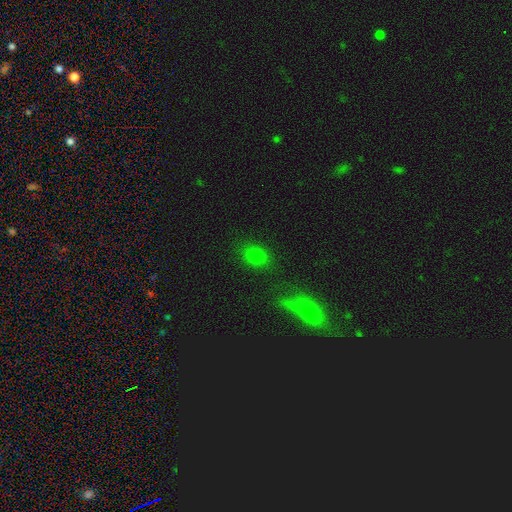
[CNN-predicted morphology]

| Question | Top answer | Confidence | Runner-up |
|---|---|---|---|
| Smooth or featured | smooth | 75% | star or artifact (16%) |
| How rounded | in between | 54% | round (44%) |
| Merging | none | 80% | minor disturbance (10%) |